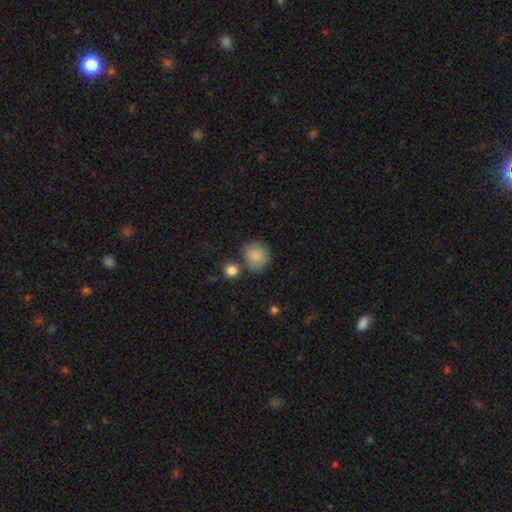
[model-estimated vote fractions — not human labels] This is clearly a smooth galaxy (87%). How rounded: clearly round (85%). Merging: likely none (68%).